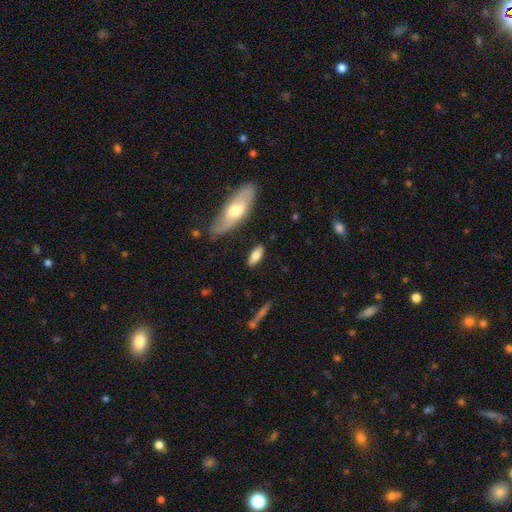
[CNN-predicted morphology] smooth-or-featured: smooth: 72% | featured or disk: 22% | star or artifact: 6%
  how-rounded: in between: 75% | cigar-shaped: 22% | round: 3%
  merging: none: 83% | minor disturbance: 12% | major disturbance: 3% | merger: 3%